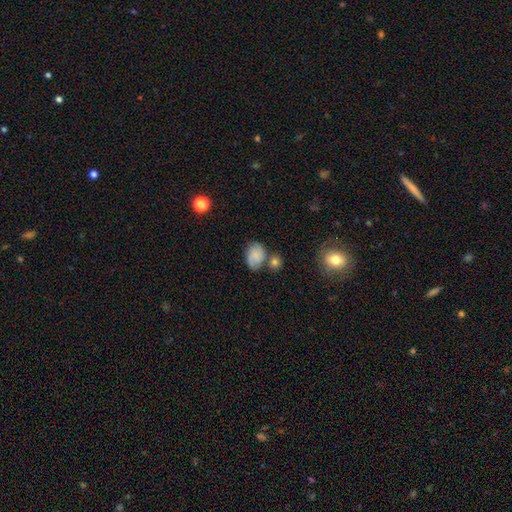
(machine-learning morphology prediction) type=smooth (69%); roundness=in between (67%); merging=none (51%).